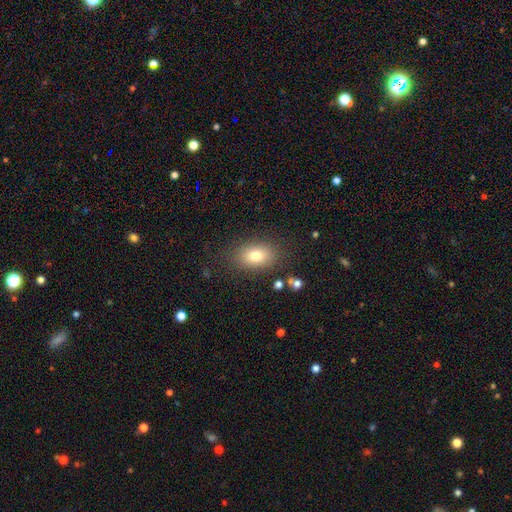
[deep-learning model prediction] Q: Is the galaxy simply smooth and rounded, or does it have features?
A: smooth — 78%.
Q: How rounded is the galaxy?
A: in between — 80%.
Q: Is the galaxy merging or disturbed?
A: none — 82%.